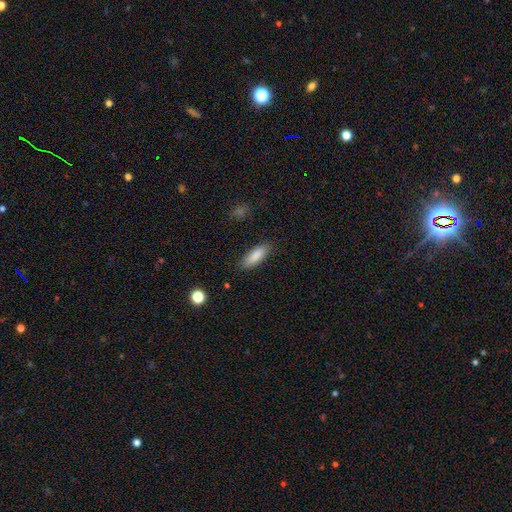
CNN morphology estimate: This appears to be a smooth galaxy with no disk features (87%) that is in between round and cigar-shaped (63%). Merging: none (84%).